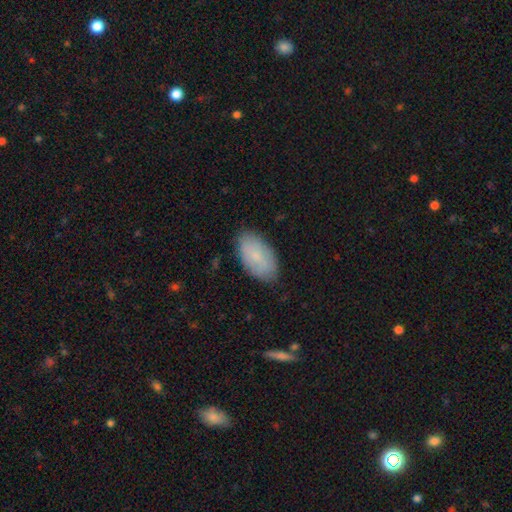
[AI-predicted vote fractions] Smooth or featured?
  - smooth: 76% *
  - featured or disk: 18%
  - star or artifact: 6%
How rounded?
  - in between: 95% *
  - round: 3%
  - cigar-shaped: 2%
Merging?
  - none: 82% *
  - minor disturbance: 14%
  - major disturbance: 3%
  - merger: 1%